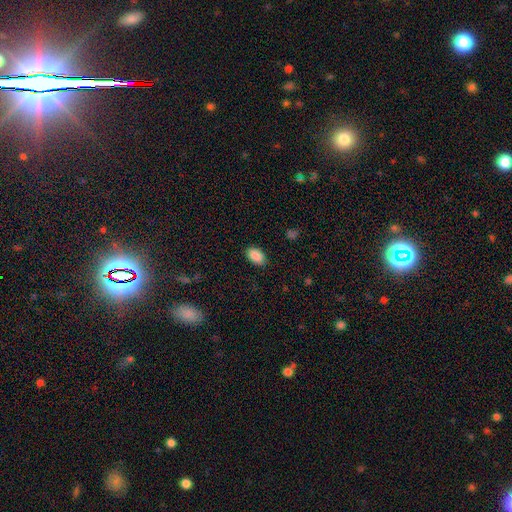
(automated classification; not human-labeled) Smooth or featured?
  - smooth: 89% *
  - star or artifact: 7%
  - featured or disk: 3%
How rounded?
  - in between: 91% *
  - round: 8%
  - cigar-shaped: 1%
Merging?
  - none: 86% *
  - minor disturbance: 10%
  - major disturbance: 2%
  - merger: 1%